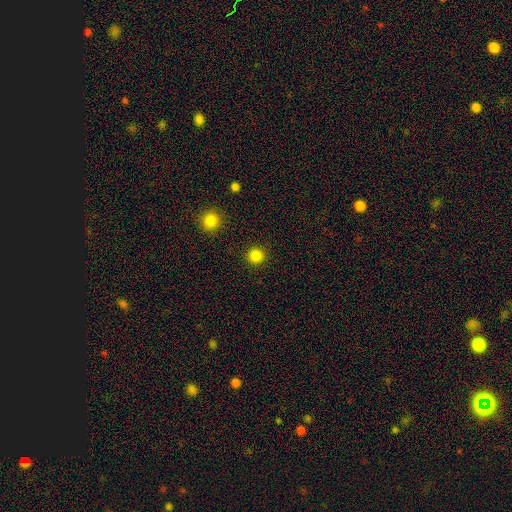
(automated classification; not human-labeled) Overall: smooth (84%). How rounded: round (96%). Merging: none (92%).